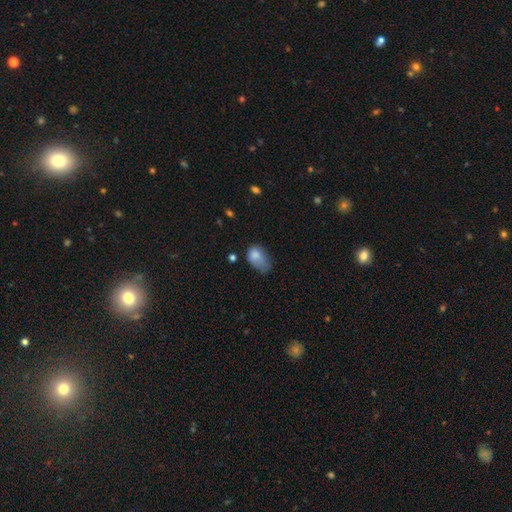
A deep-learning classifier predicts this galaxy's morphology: Smooth or featured? smooth (76%)
How rounded? in between (81%)
Merging? minor disturbance (39%)